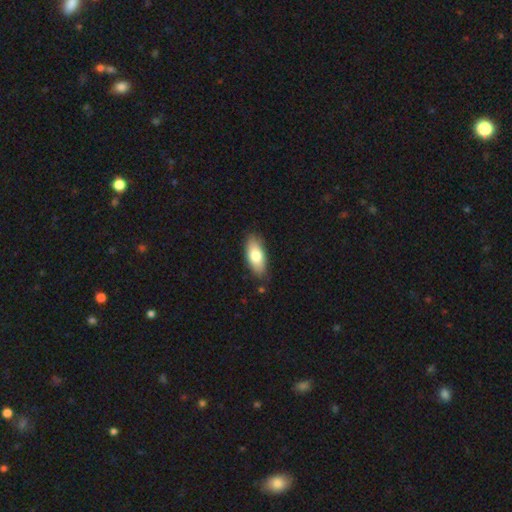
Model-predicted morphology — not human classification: This is likely a smooth galaxy (79%). How rounded: clearly in between (84%). Merging: clearly none (83%).